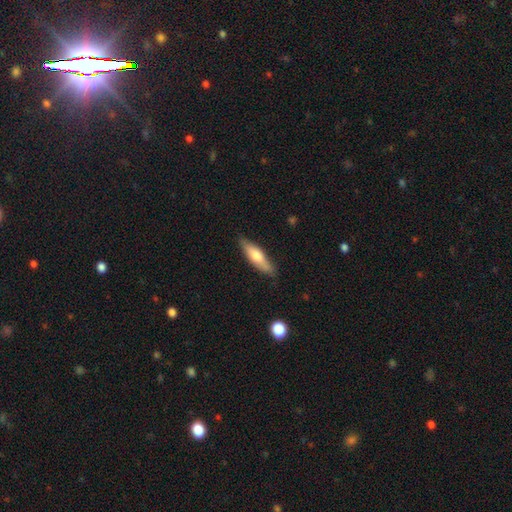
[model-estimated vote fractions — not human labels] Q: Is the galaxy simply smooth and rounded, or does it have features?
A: smooth — 61%.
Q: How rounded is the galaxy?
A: cigar-shaped — 67%.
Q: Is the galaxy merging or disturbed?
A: none — 82%.